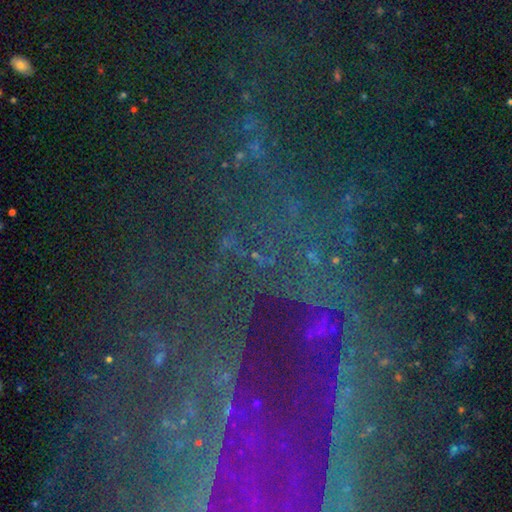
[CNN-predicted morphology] This is likely a star or artifact rather than a galaxy (68%).